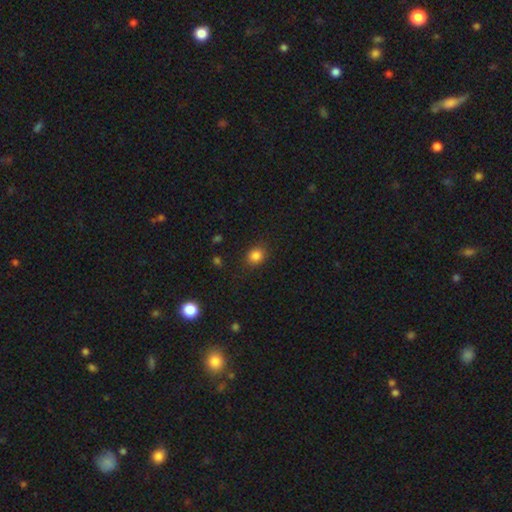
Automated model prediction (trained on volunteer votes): This appears to be a smooth galaxy with no disk features (84%) that is round (61%). Merging: none (85%).